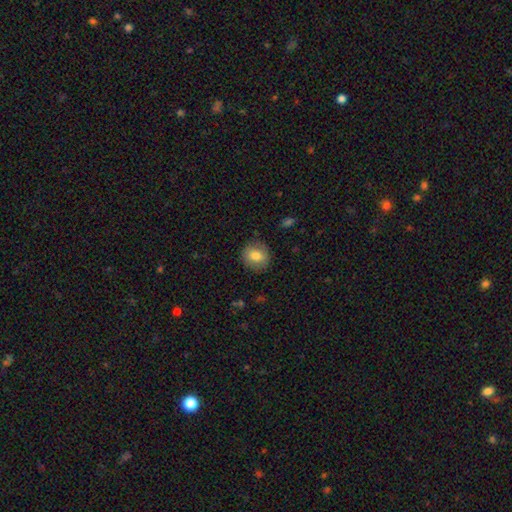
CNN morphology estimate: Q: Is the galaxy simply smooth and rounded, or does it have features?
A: smooth — 78%.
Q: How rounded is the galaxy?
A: round — 86%.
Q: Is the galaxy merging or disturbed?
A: none — 88%.